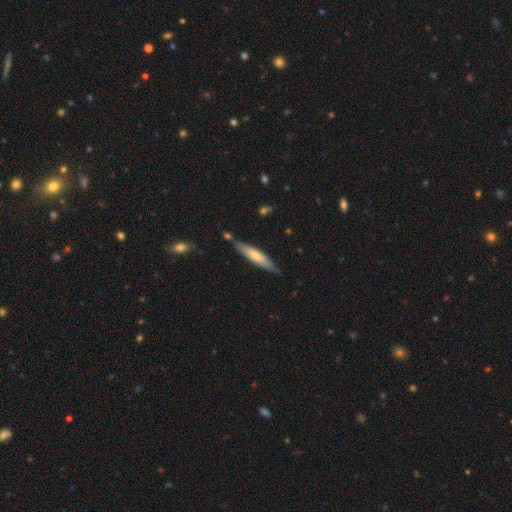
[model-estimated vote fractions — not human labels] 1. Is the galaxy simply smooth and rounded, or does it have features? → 57% smooth, 38% featured or disk, 5% star or artifact.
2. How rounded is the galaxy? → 83% cigar-shaped, 16% in between, 1% round.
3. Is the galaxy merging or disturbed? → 78% none, 15% minor disturbance, 4% merger, 3% major disturbance.